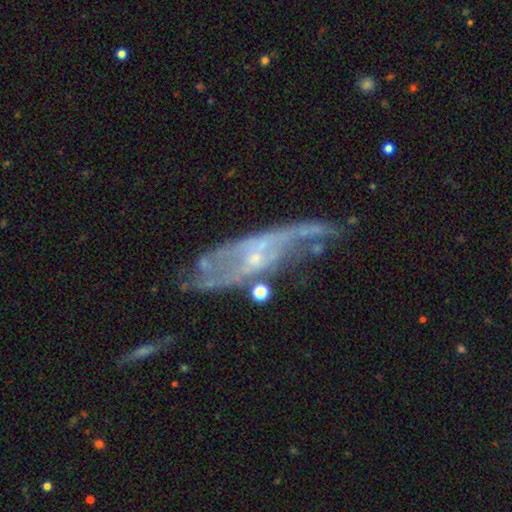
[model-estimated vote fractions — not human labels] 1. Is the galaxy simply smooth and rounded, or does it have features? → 78% featured or disk, 13% smooth, 9% star or artifact.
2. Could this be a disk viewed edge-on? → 79% no, 21% yes.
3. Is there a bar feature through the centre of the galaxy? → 61% no, 30% weak, 9% strong.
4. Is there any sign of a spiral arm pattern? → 73% yes, 27% no.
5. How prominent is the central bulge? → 72% small, 14% moderate, 11% none, 1% large, 1% dominant.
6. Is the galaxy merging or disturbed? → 43% none, 25% minor disturbance, 23% major disturbance, 9% merger.